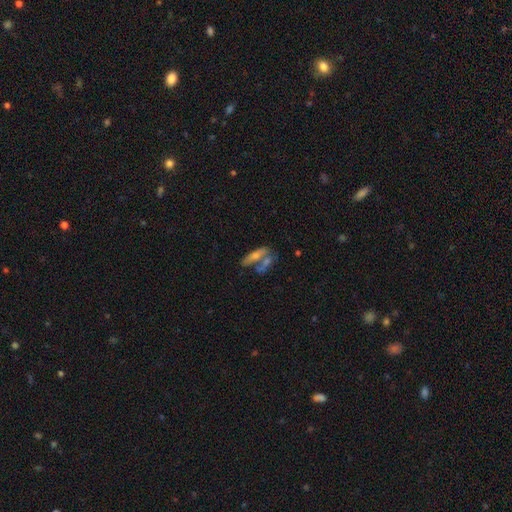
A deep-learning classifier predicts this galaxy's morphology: A smooth galaxy with no disk features (45%). Merging: merger (46%).